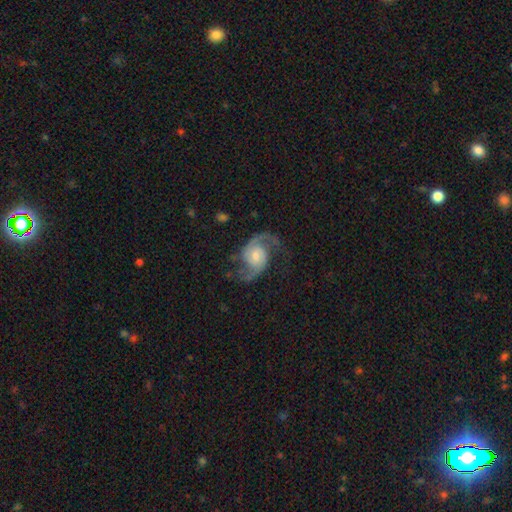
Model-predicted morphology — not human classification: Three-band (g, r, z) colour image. It shows a featured or disk galaxy (90%) with no bar (64%), 2 (93%) medium (52%) spiral arms (98%) and a small central bulge (46%). Merging: none (75%).